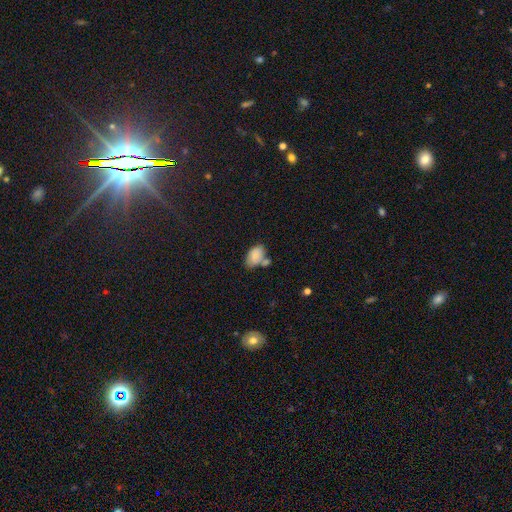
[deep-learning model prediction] This is clearly a smooth galaxy (81%). How rounded: clearly in between (90%). Merging: possibly none (45%).